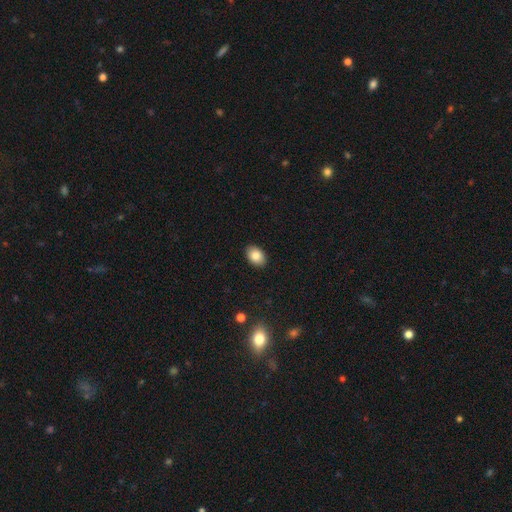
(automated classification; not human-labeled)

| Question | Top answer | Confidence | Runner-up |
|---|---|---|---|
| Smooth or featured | smooth | 86% | star or artifact (8%) |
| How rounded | in between | 83% | round (15%) |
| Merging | none | 90% | minor disturbance (7%) |